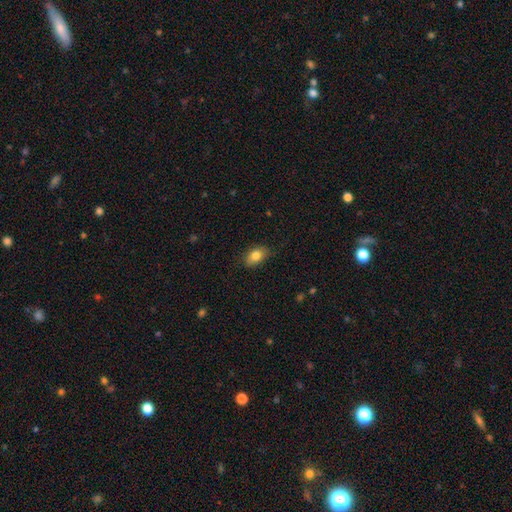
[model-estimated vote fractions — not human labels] Smooth or featured? smooth (82%)
How rounded? in between (83%)
Merging? none (79%)